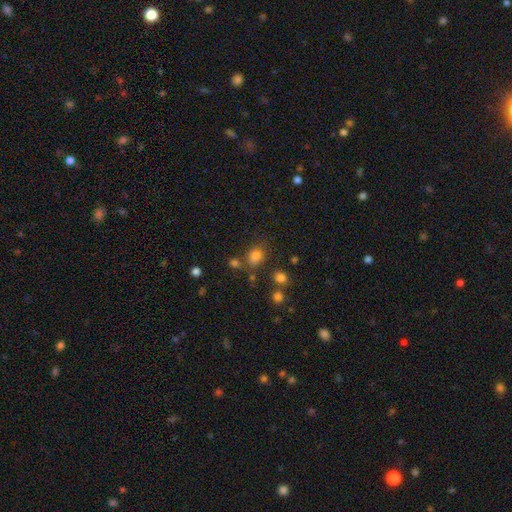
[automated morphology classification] type=smooth (79%); roundness=in between (50%); merging=none (67%).